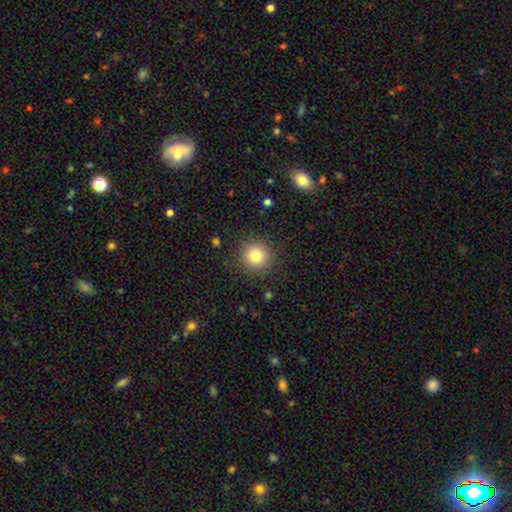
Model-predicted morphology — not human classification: A smooth galaxy with no disk features (80%) that is round (95%). Merging: none (89%).